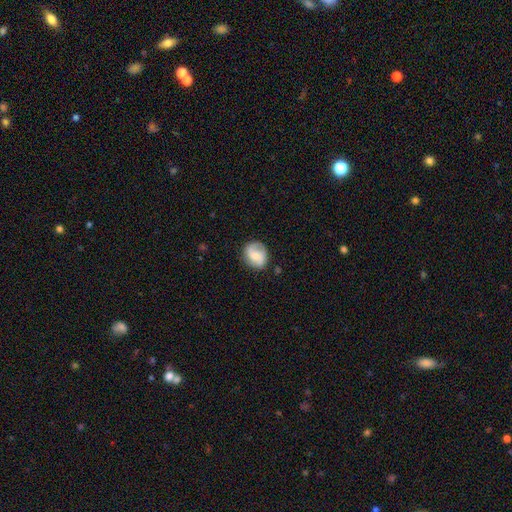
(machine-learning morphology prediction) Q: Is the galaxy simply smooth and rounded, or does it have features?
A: featured or disk — 55%.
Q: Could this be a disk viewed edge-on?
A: no — 97%.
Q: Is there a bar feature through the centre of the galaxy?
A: no — 47%.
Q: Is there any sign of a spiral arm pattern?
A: yes — 89%.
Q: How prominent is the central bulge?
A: moderate — 46%.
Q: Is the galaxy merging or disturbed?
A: none — 77%.